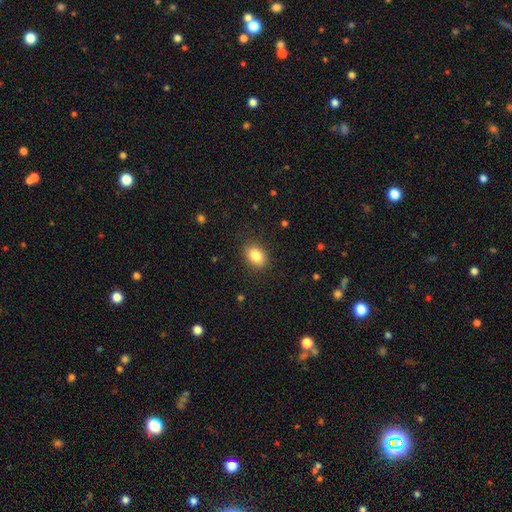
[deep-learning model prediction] A smooth galaxy with no disk features (85%) that is in between round and cigar-shaped (72%). Merging: none (86%).